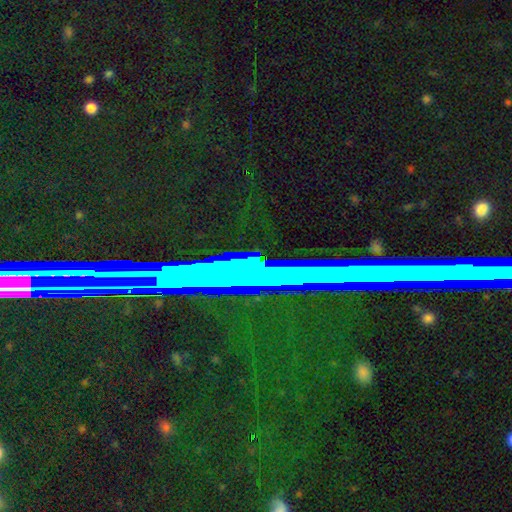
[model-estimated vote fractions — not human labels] Smooth or featured? star or artifact (77%)